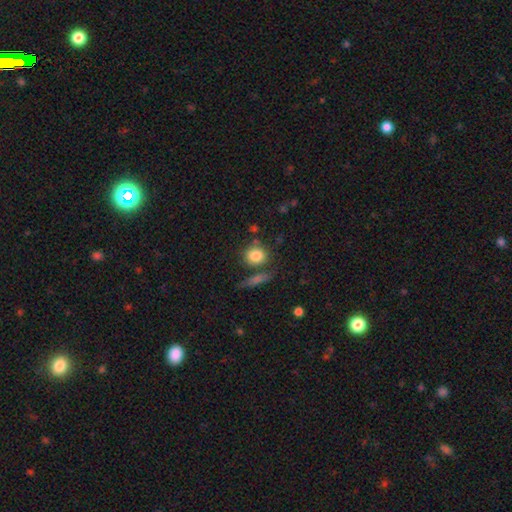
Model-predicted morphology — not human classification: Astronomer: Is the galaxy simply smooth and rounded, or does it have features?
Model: smooth — 83%.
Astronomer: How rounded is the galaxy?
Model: round — 70%.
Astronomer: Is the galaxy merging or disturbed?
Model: none — 67%.